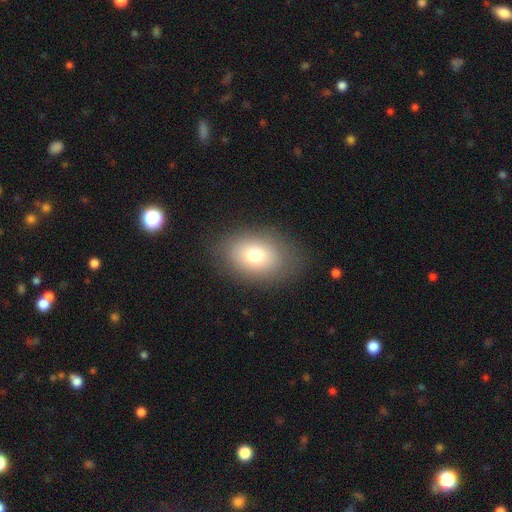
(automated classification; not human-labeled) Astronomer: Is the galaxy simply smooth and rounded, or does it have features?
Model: smooth — 74%.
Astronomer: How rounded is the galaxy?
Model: in between — 79%.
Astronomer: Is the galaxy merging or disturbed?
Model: none — 81%.